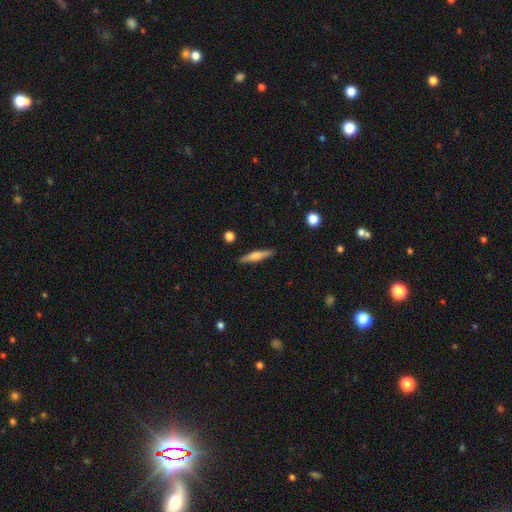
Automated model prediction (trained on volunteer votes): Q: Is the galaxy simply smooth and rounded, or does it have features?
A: featured or disk — 49%.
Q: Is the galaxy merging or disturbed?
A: none — 90%.